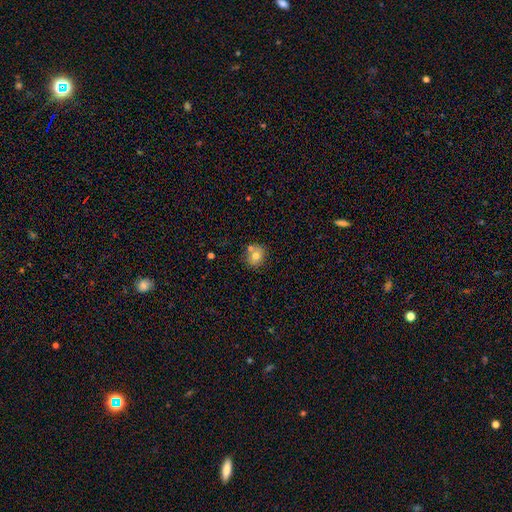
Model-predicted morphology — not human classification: Smooth or featured: smooth — 74% (featured or disk — 16%)
How rounded: round — 73% (in between — 26%)
Merging: none — 64% (merger — 20%)